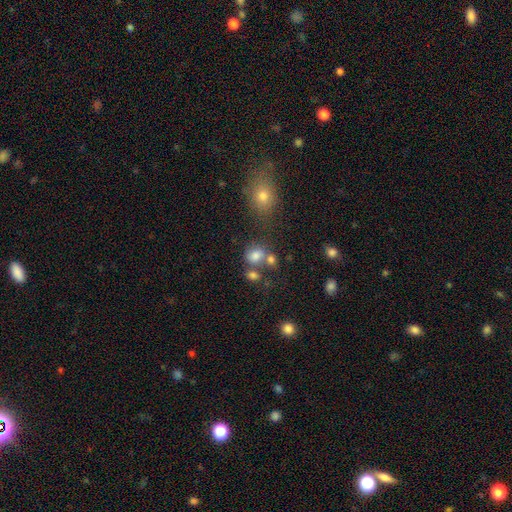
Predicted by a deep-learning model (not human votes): Morphology: type=smooth (76%); roundness=round (56%); merging=none (49%).